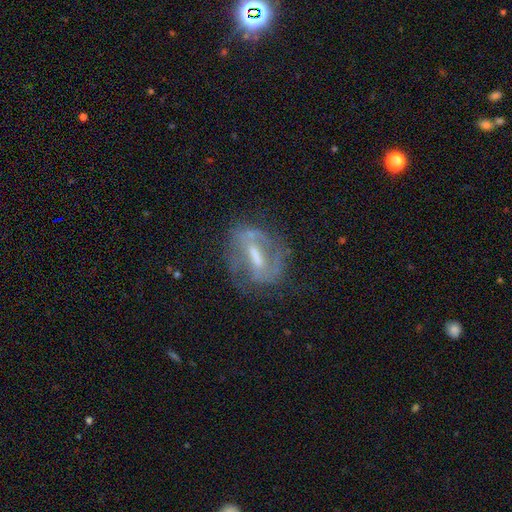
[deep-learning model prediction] This appears to be a featured or disk galaxy (77%) with a strong bar (49%), 2 (62%) medium (45%) spiral arms (76%) and a moderate central bulge (42%). Merging: none (61%).